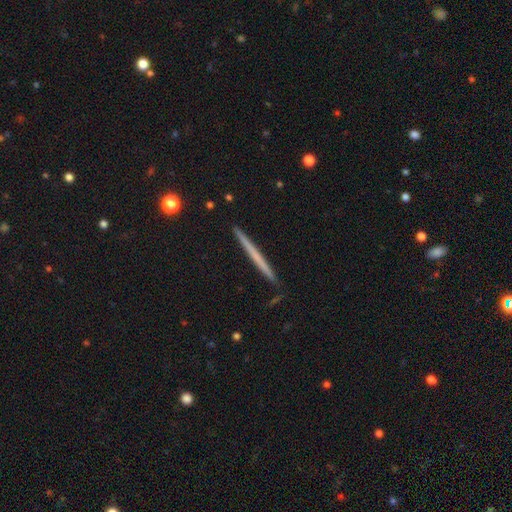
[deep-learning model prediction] Morphology: type=smooth (48%); merging=none (91%).